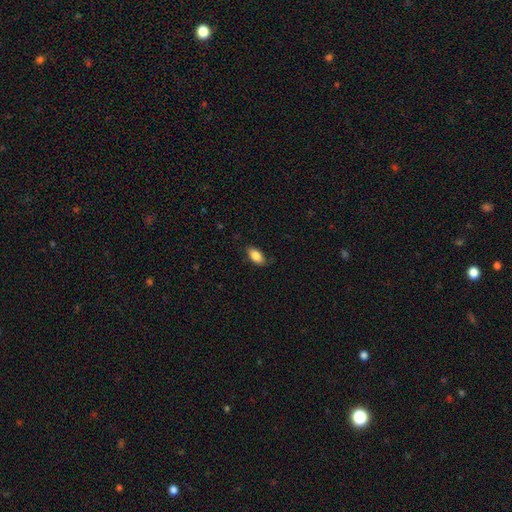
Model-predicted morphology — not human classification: Smooth or featured? Predicted: smooth (p=0.85). How rounded? Predicted: in between (p=0.90). Merging? Predicted: none (p=0.80).